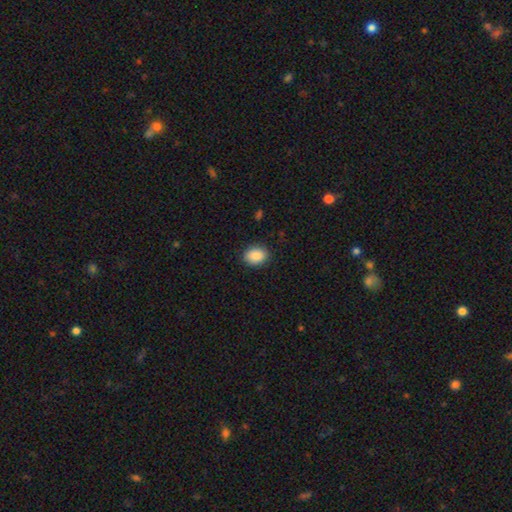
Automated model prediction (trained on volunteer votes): A smooth galaxy with no disk features (89%) that is in between round and cigar-shaped (61%).

Vote fractions:
- Smooth or featured? smooth: 89% / star or artifact: 7% / featured or disk: 3%
- How rounded? in between: 61% / round: 38% / cigar-shaped: 1%
- Merging? none: 88% / minor disturbance: 9% / major disturbance: 2% / merger: 1%